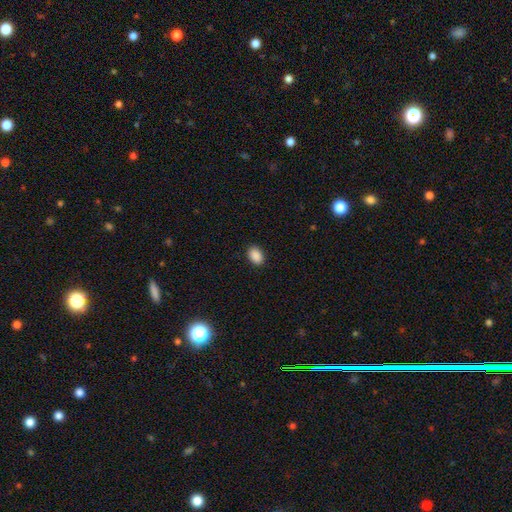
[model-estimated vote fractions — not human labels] This is clearly a smooth galaxy (90%). How rounded: clearly in between (84%). Merging: clearly none (89%).